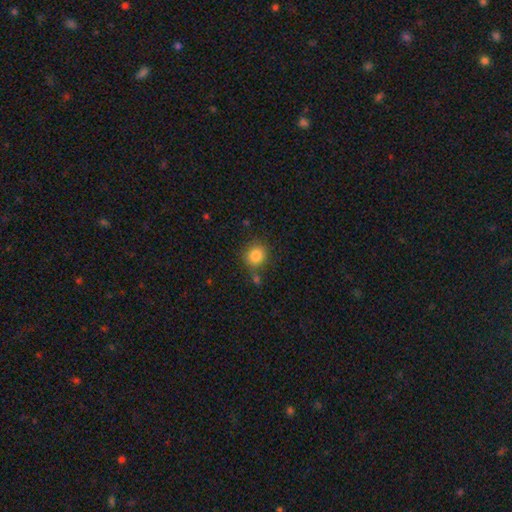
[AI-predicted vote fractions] smooth-or-featured: smooth: 84% | star or artifact: 10% | featured or disk: 6%
  how-rounded: round: 84% | in between: 15% | cigar-shaped: 1%
  merging: none: 75% | minor disturbance: 13% | merger: 8% | major disturbance: 4%